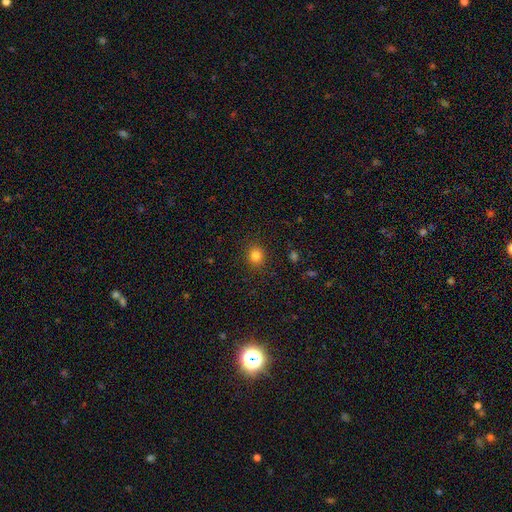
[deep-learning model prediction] The model was most divided on "smooth or featured": smooth: 83%, star or artifact: 13%, featured or disk: 4%. More confident: merging — none (89%); how rounded — round (84%).